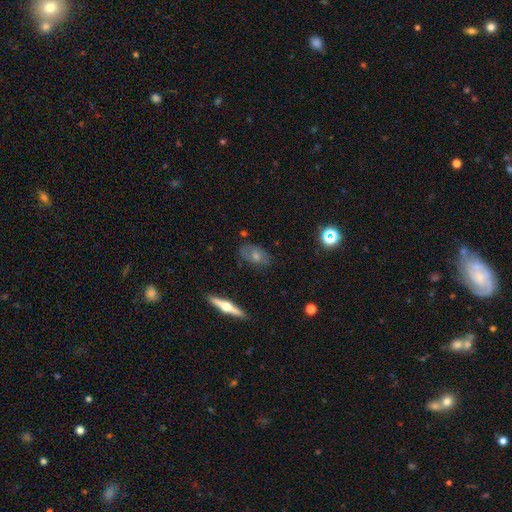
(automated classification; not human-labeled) smooth_or_featured: featured or disk (p=0.50) [alt: smooth p=0.35]
merging: none (p=0.75) [alt: minor disturbance p=0.18]